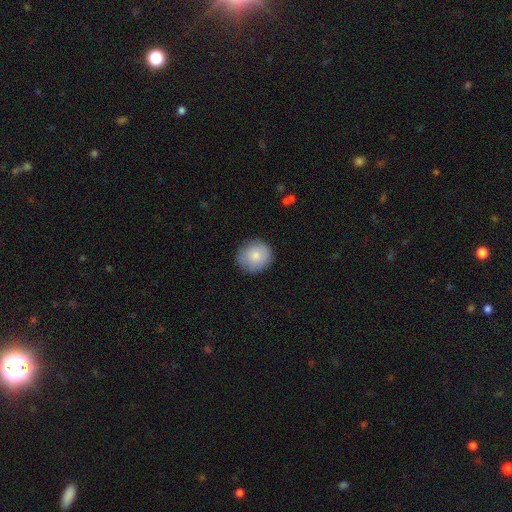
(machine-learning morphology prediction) smooth_or_featured: smooth (p=0.83) [alt: featured or disk p=0.10]
how_rounded: round (p=0.83) [alt: in between p=0.16]
merging: none (p=0.83) [alt: minor disturbance p=0.13]